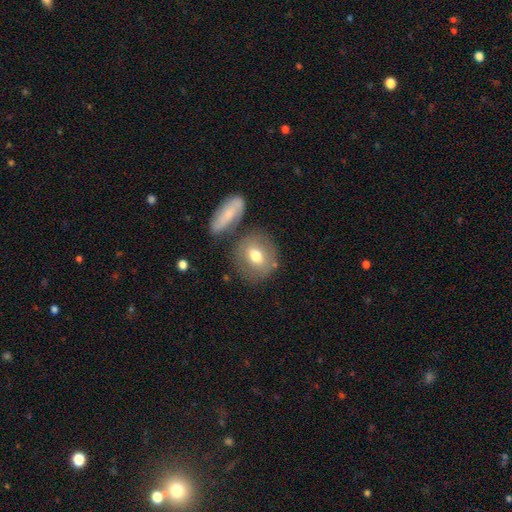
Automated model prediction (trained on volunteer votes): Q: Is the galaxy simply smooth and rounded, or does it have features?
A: smooth — 68%.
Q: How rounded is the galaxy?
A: round — 71%.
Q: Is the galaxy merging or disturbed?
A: none — 68%.